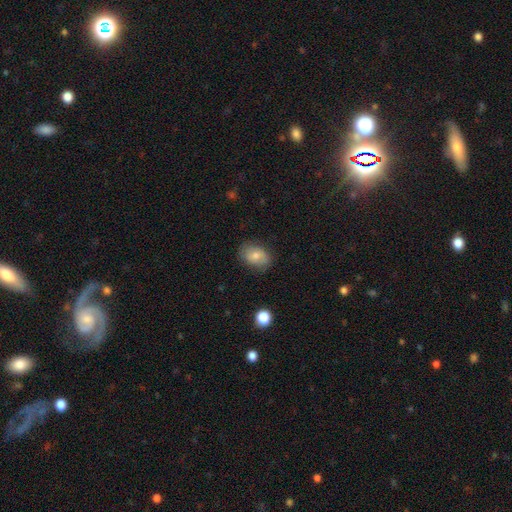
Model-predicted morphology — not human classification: A smooth galaxy with no disk features (71%) that is in between round and cigar-shaped (78%). Merging: none (76%).